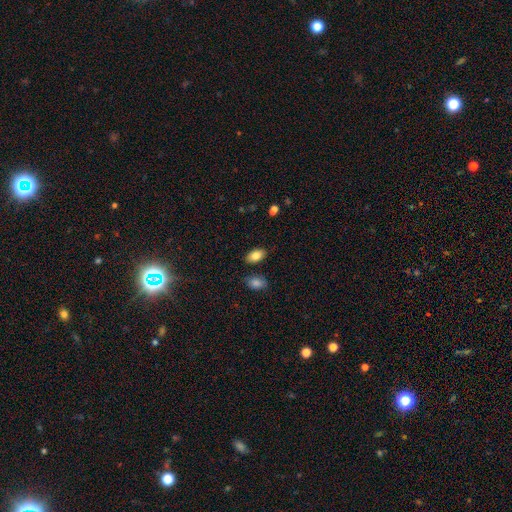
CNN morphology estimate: smooth-or-featured: smooth: 84% | featured or disk: 8% | star or artifact: 7%
  how-rounded: in between: 93% | round: 5% | cigar-shaped: 2%
  merging: none: 84% | minor disturbance: 10% | merger: 4% | major disturbance: 2%